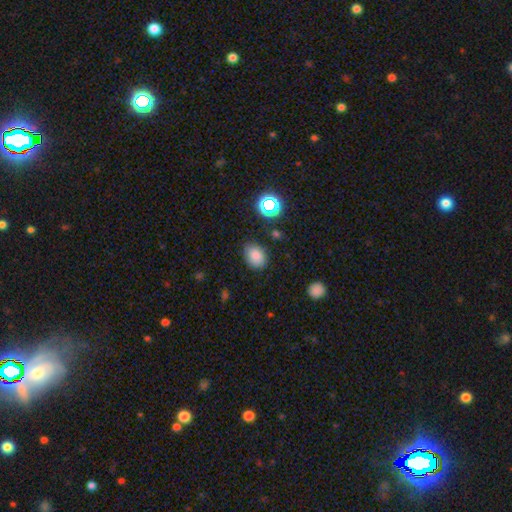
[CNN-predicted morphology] This appears to be a smooth galaxy with no disk features (81%) that is in between round and cigar-shaped (67%). Merging: none (81%).